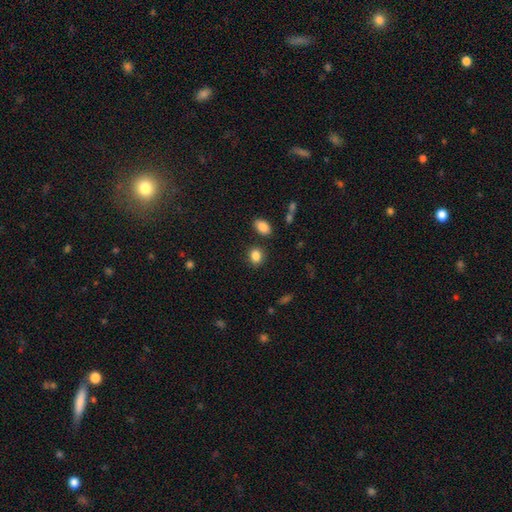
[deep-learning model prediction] Smooth or featured? smooth (86%)
How rounded? round (52%)
Merging? none (82%)